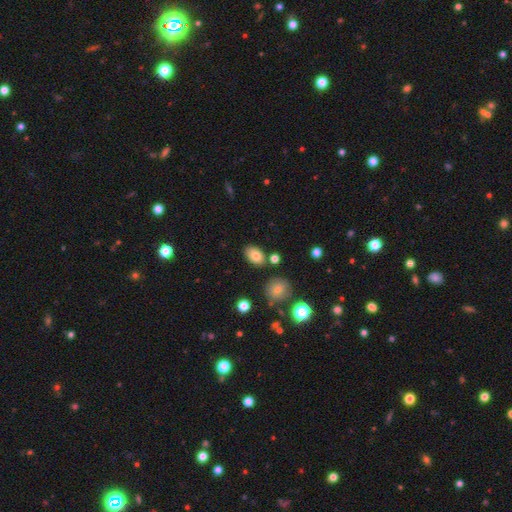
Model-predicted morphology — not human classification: Overall: smooth (79%). How rounded: in between (87%). Merging: none (81%).